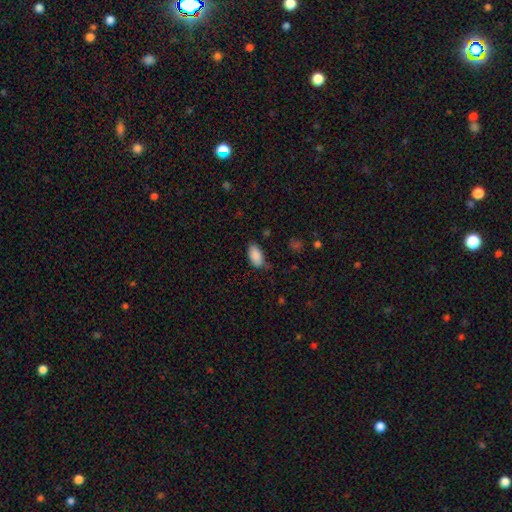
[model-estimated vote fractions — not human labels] A smooth galaxy with no disk features (89%) that is in between round and cigar-shaped (94%).

Vote fractions:
- Smooth or featured? smooth: 89% / star or artifact: 7% / featured or disk: 4%
- How rounded? in between: 94% / round: 3% / cigar-shaped: 3%
- Merging? none: 70% / minor disturbance: 23% / major disturbance: 5% / merger: 2%